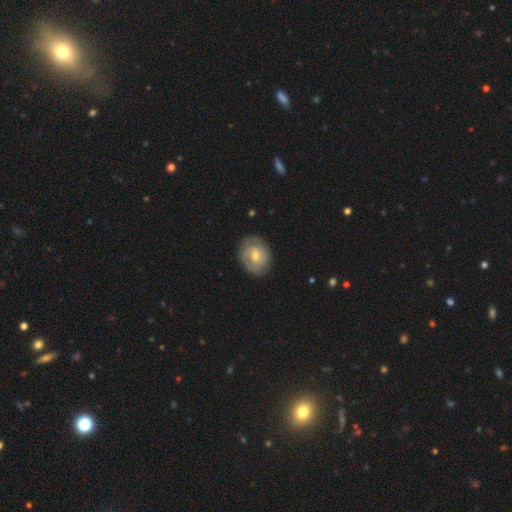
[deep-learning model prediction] Smooth or featured? featured or disk (53%)
Edge-on disk? no (97%)
Bar? no (49%)
Spiral arms? yes (75%)
Bulge size? moderate (49%)
Merging? none (78%)